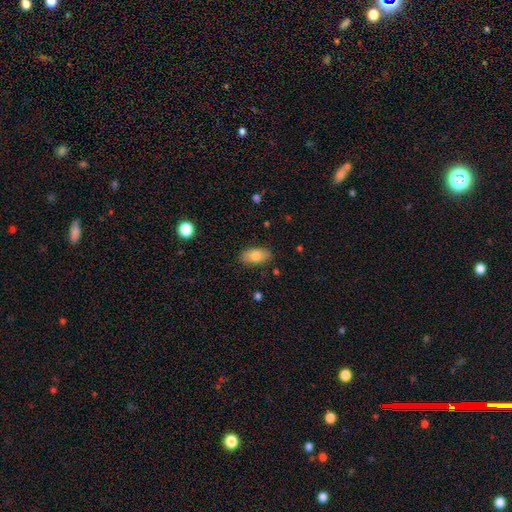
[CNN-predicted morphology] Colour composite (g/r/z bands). It shows a smooth galaxy with no disk features (77%) that is in between round and cigar-shaped (91%). Merging: none (86%).